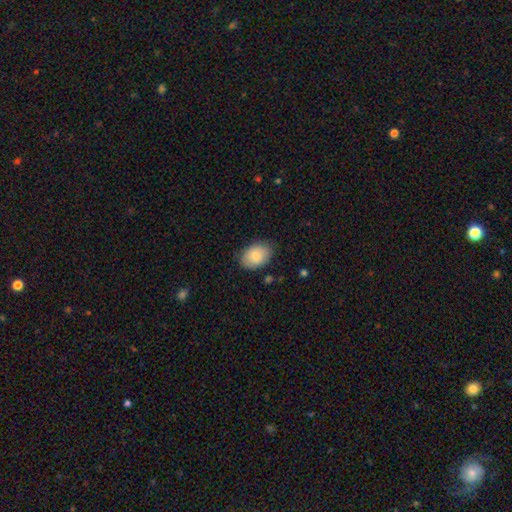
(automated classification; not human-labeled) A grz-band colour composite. It shows a smooth galaxy with no disk features (82%) that is in between round and cigar-shaped (85%). Merging: none (82%).